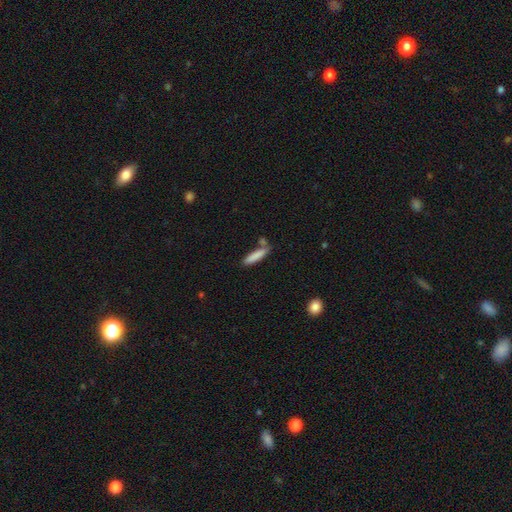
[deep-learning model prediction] This is clearly a smooth galaxy (84%). How rounded: likely cigar-shaped (79%). Merging: likely none (67%).